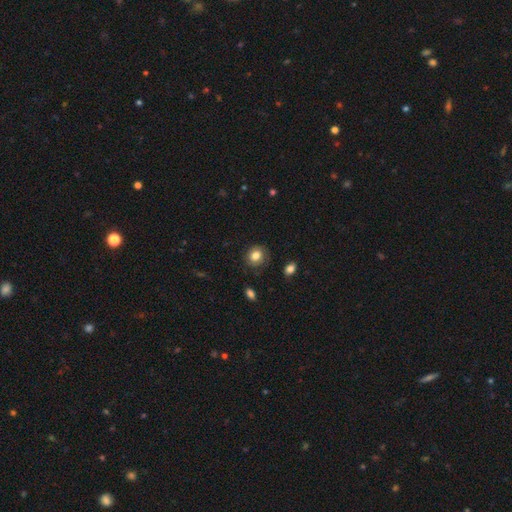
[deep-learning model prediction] A smooth galaxy with no disk features (82%) that is round (79%). Merging: none (80%).